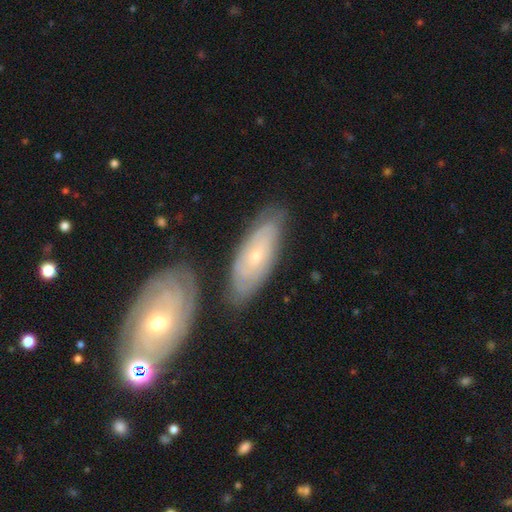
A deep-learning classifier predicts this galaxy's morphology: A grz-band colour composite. It shows a featured or disk galaxy (61%) with no bar (82%), spiral arms (77%) and a small central bulge (75%). Merging: none (73%).